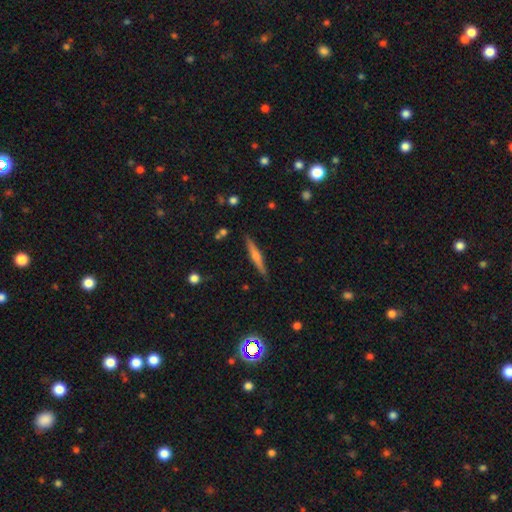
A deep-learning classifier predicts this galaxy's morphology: This is possibly a featured or disk galaxy (57%). It is clearly viewed edge-on (97%). Edge-on bulge: likely rounded (74%). Merging: clearly none (89%).